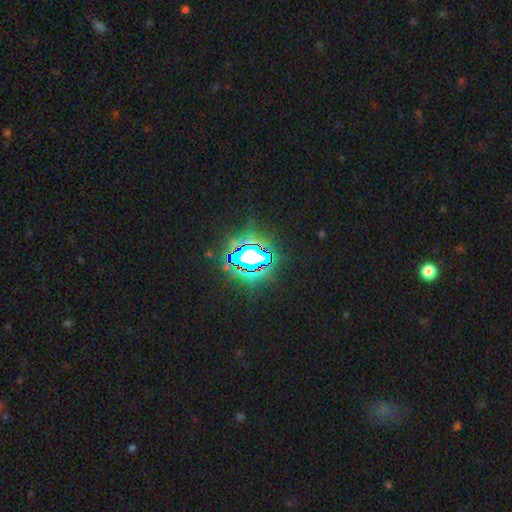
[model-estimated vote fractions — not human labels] A star or artifact, not a galaxy (76%).